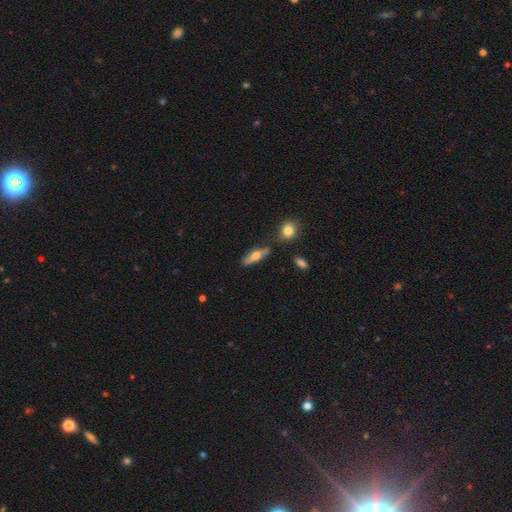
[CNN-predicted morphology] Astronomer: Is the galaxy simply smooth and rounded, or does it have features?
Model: smooth — 57% (runner-up: featured or disk, 36%).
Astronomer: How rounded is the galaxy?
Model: in between — 51% (runner-up: cigar-shaped, 46%).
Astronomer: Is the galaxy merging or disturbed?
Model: none — 68%.